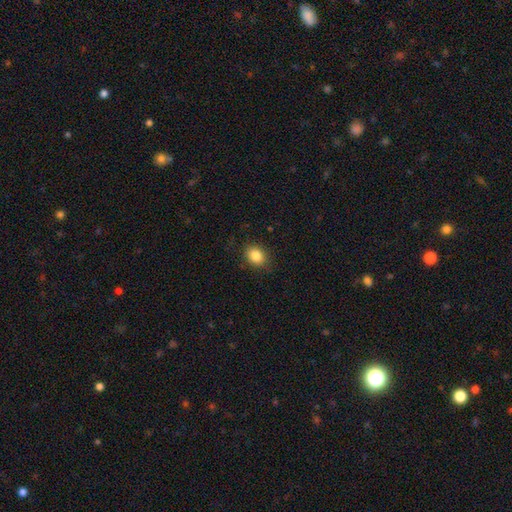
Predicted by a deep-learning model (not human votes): smooth_or_featured: smooth (p=0.85) [alt: star or artifact p=0.09]
how_rounded: in between (p=0.58) [alt: round p=0.41]
merging: none (p=0.85) [alt: minor disturbance p=0.11]